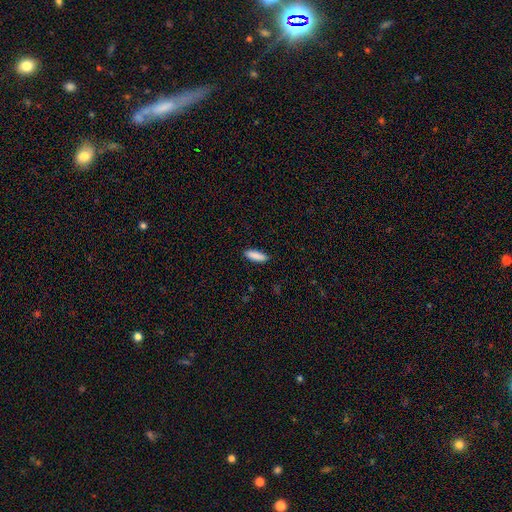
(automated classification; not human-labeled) Q: Smooth or featured?
A: smooth (89%); runner-up: star or artifact (6%)
Q: How rounded?
A: in between (51%); runner-up: cigar-shaped (48%)
Q: Merging?
A: none (88%); runner-up: minor disturbance (9%)